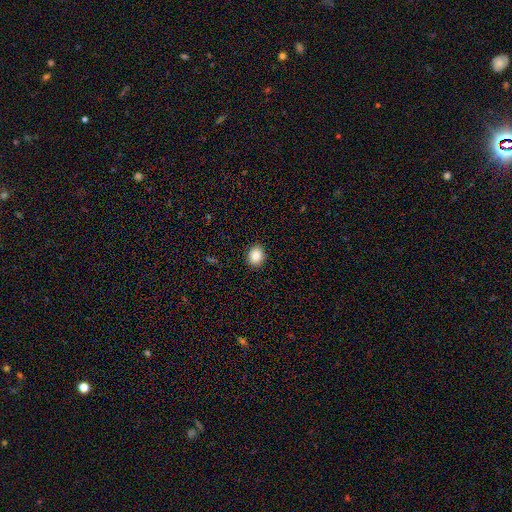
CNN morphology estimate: Smooth or featured: smooth — 88% (star or artifact — 8%)
How rounded: round — 55% (in between — 44%)
Merging: none — 90% (minor disturbance — 7%)